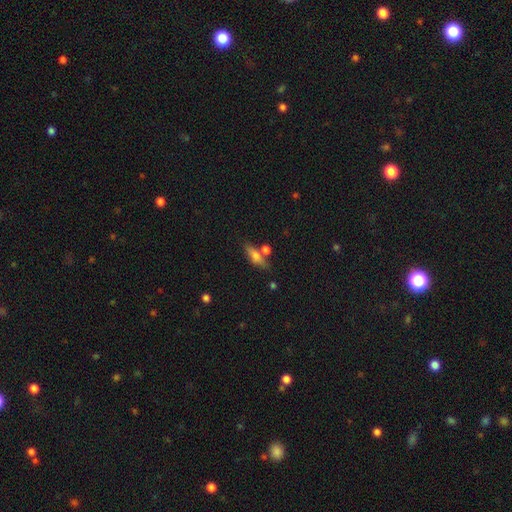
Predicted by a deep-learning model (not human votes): smooth 66%, featured or disk 25%, star or artifact 9%. Down the decision tree: how rounded — cigar-shaped (49%); merging — none (64%).